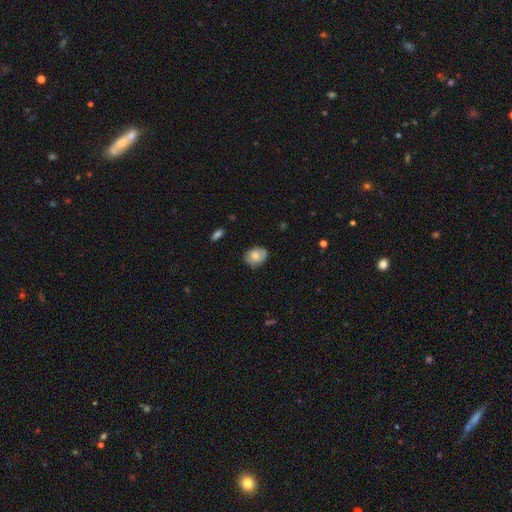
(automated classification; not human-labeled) smooth_or_featured: smooth (p=0.72) [alt: featured or disk p=0.20]
how_rounded: round (p=0.51) [alt: in between p=0.48]
merging: none (p=0.75) [alt: minor disturbance p=0.20]